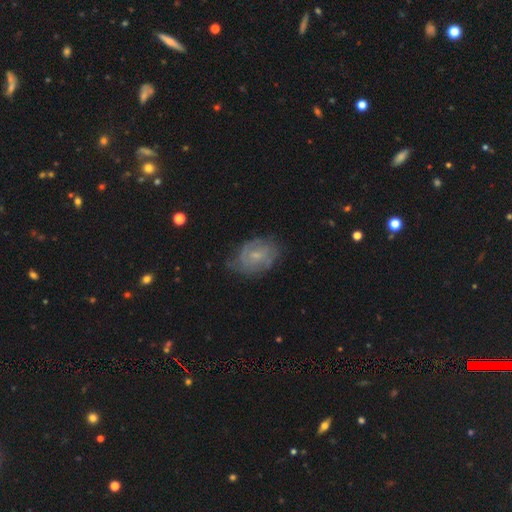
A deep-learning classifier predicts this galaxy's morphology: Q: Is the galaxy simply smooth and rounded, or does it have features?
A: featured or disk — 66%.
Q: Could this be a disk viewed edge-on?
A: no — 97%.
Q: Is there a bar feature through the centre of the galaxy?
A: no — 59%.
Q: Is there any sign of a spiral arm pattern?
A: yes — 83%.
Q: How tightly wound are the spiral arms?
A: tight — 51%.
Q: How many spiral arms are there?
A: can't tell — 43%.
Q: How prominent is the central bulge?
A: small — 64%.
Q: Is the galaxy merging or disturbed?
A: none — 65%.